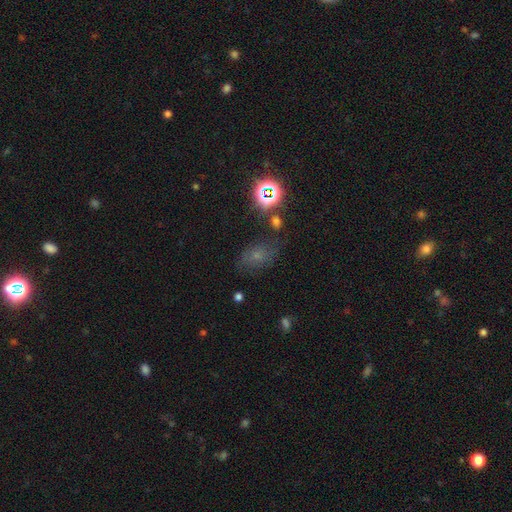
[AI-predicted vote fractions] smooth 44%, star or artifact 35%, featured or disk 21%. Down the decision tree: merging — none (64%).